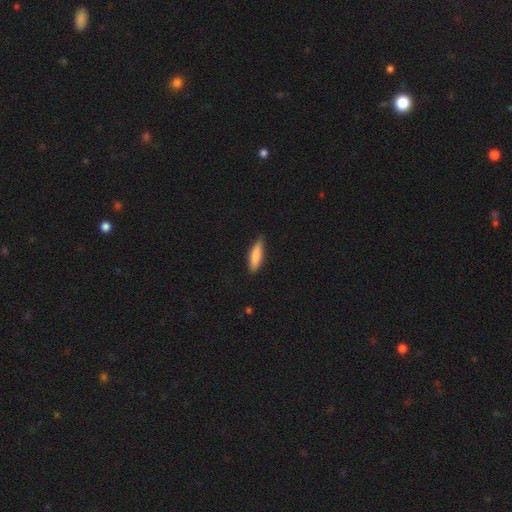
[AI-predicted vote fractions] smooth-or-featured: smooth: 83% | featured or disk: 11% | star or artifact: 6%
  how-rounded: cigar-shaped: 63% | in between: 35% | round: 2%
  merging: none: 81% | minor disturbance: 16% | major disturbance: 2% | merger: 1%